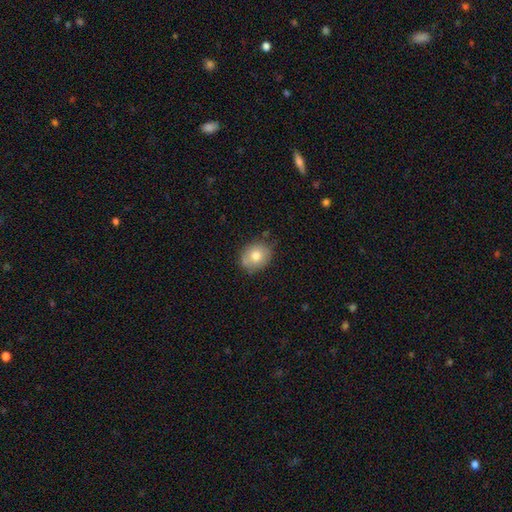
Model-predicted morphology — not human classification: Smooth or featured?
  - smooth: 76% *
  - featured or disk: 15%
  - star or artifact: 9%
How rounded?
  - round: 55% *
  - in between: 44%
  - cigar-shaped: 1%
Merging?
  - none: 74% *
  - minor disturbance: 19%
  - major disturbance: 3%
  - merger: 3%